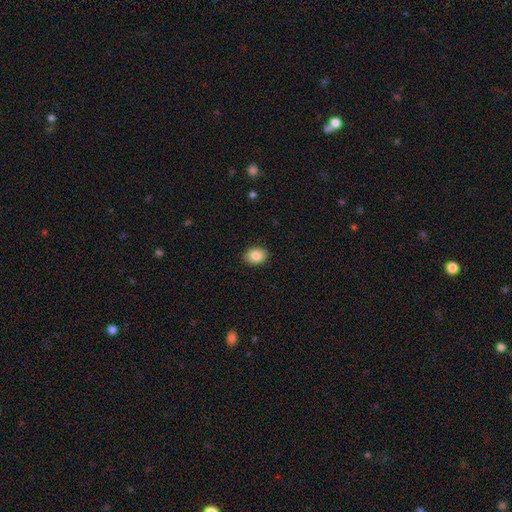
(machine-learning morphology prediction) Q: Smooth or featured?
A: smooth (87%); runner-up: star or artifact (8%)
Q: How rounded?
A: in between (67%); runner-up: round (32%)
Q: Merging?
A: none (90%); runner-up: minor disturbance (7%)